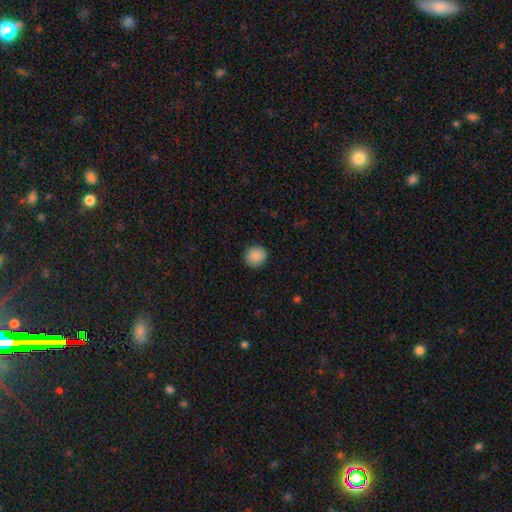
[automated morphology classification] Smooth or featured? smooth (89%)
How rounded? round (89%)
Merging? none (90%)